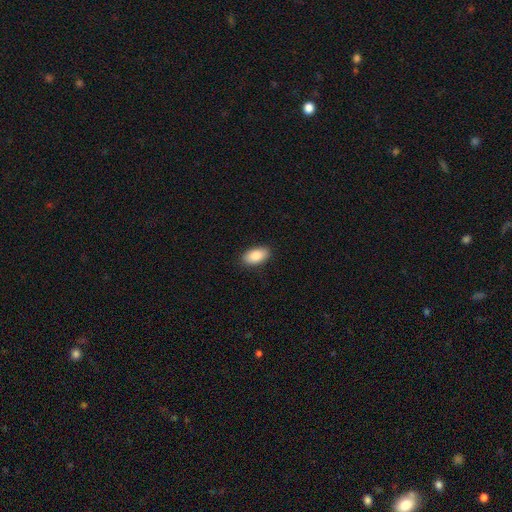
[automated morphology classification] smooth 87%, featured or disk 7%, star or artifact 7%. Down the decision tree: how rounded — in between (94%); merging — none (89%).